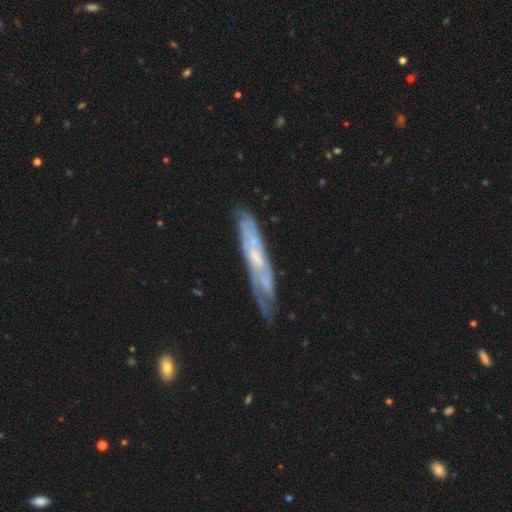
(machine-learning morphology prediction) featured or disk 69%, smooth 23%, star or artifact 7%. Down the decision tree: edge-on disk — no (50%, tied with yes); merging — none (61%).